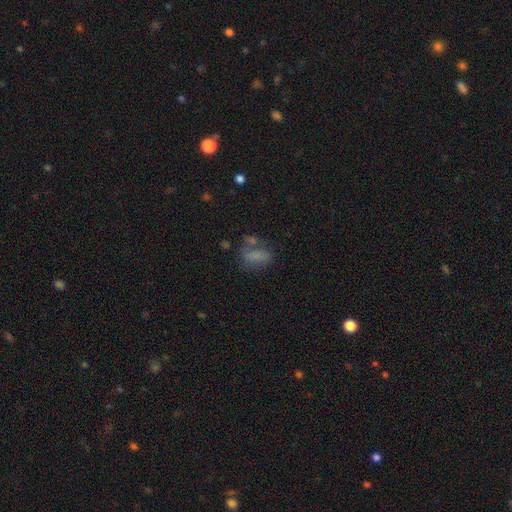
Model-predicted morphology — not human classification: type=smooth (66%); roundness=in between (75%); merging=none (47%).